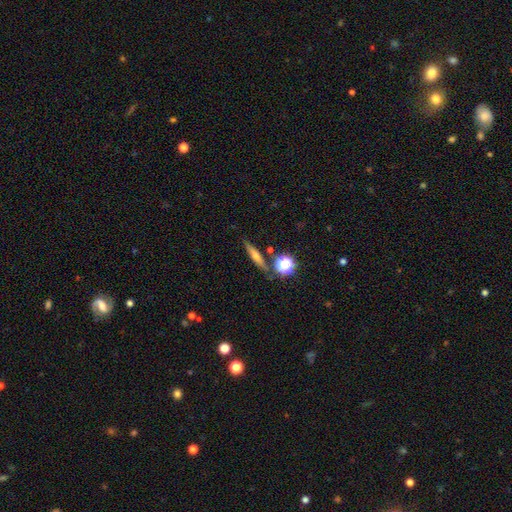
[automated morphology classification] Smooth or featured? featured or disk (45%)
Merging? none (80%)